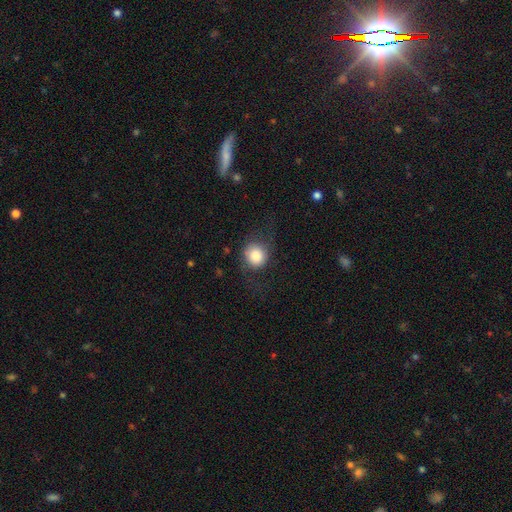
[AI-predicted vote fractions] Overall: smooth (77%). How rounded: round (86%). Merging: none (66%).